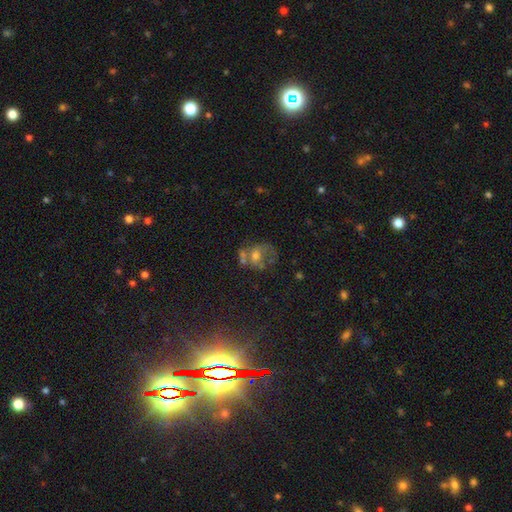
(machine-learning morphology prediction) Smooth or featured? Predicted: featured or disk (p=0.44). Merging? Predicted: major disturbance (p=0.28, tied with none).